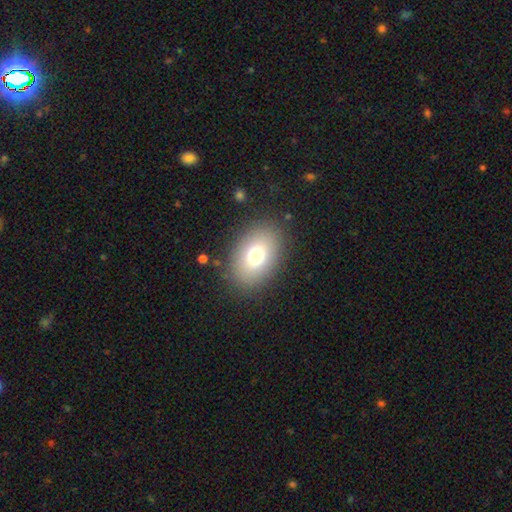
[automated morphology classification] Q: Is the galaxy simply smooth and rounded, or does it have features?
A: smooth — 75%.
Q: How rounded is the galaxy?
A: in between — 81%.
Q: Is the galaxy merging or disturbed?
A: none — 85%.